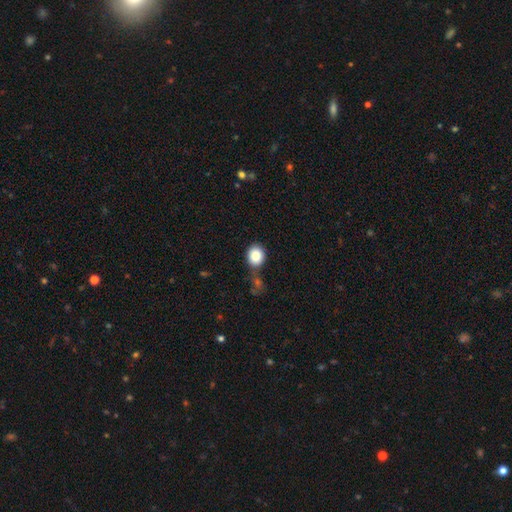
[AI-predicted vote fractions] Smooth or featured?
  - smooth: 87% *
  - star or artifact: 8%
  - featured or disk: 5%
How rounded?
  - round: 64% *
  - in between: 35%
  - cigar-shaped: 1%
Merging?
  - none: 65% *
  - minor disturbance: 17%
  - merger: 12%
  - major disturbance: 6%